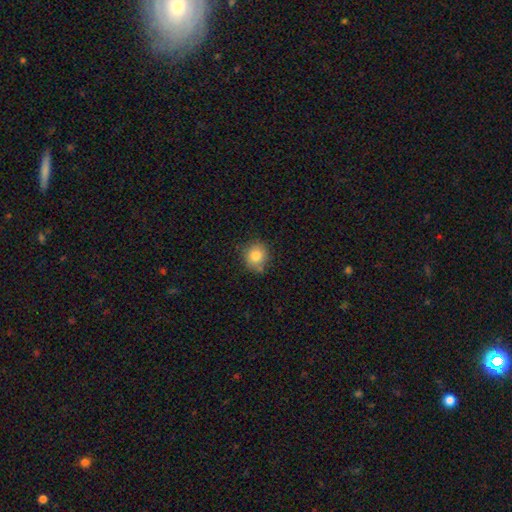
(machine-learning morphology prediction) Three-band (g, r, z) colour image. It shows a smooth galaxy with no disk features (84%) that is round (84%). Merging: none (75%).